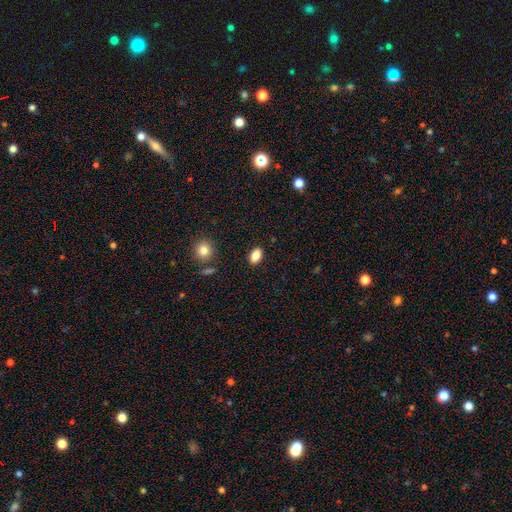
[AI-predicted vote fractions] Overall: smooth (85%). How rounded: in between (87%). Merging: none (88%).